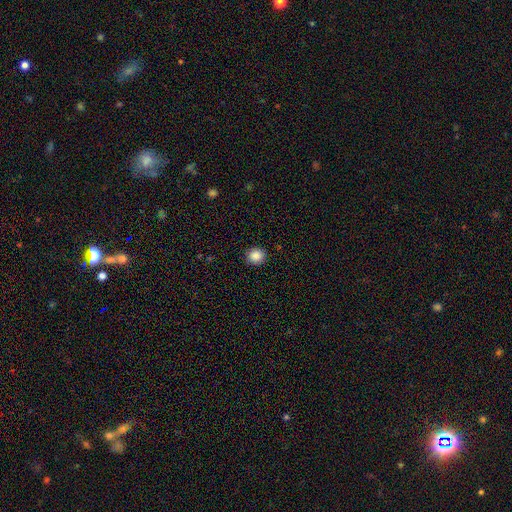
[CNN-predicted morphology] type=smooth (86%); roundness=round (88%); merging=none (91%).